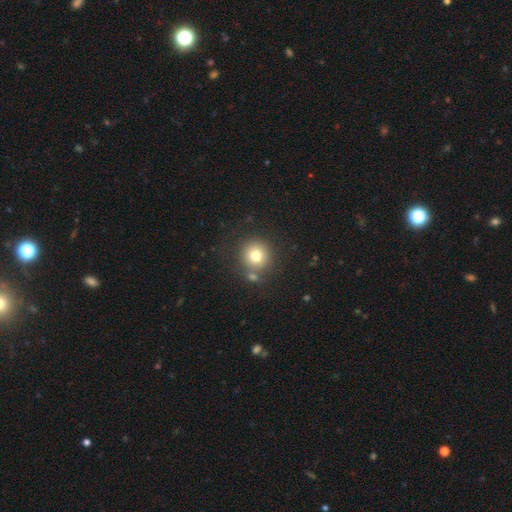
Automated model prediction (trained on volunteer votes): A smooth galaxy with no disk features (78%) that is round (93%). Merging: none (75%).